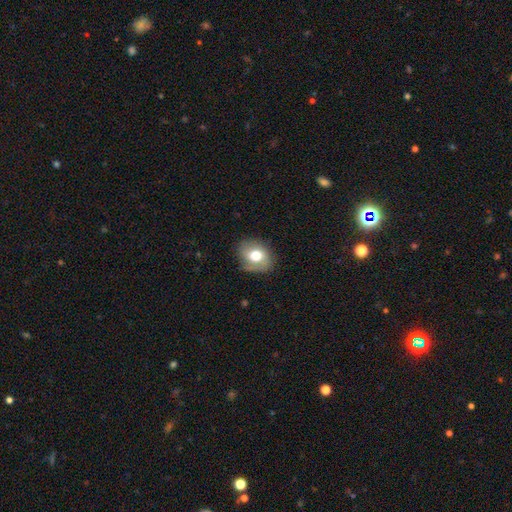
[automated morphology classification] Smooth or featured: smooth — 64% (featured or disk — 27%)
How rounded: in between — 53% (round — 46%)
Merging: none — 67% (minor disturbance — 24%)